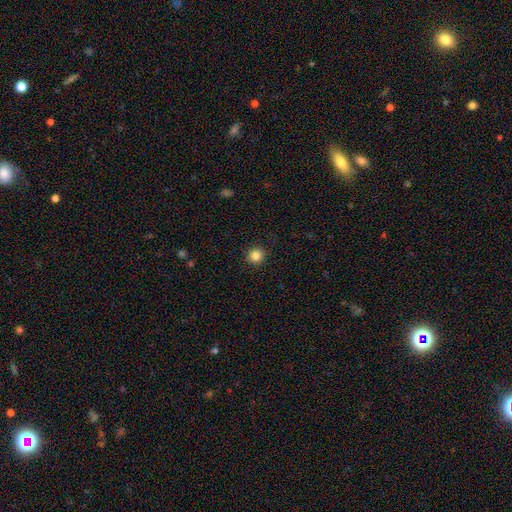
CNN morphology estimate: Smooth or featured?
  - smooth: 85% *
  - star or artifact: 11%
  - featured or disk: 4%
How rounded?
  - round: 94% *
  - in between: 5%
  - cigar-shaped: 1%
Merging?
  - none: 91% *
  - minor disturbance: 6%
  - major disturbance: 2%
  - merger: 1%